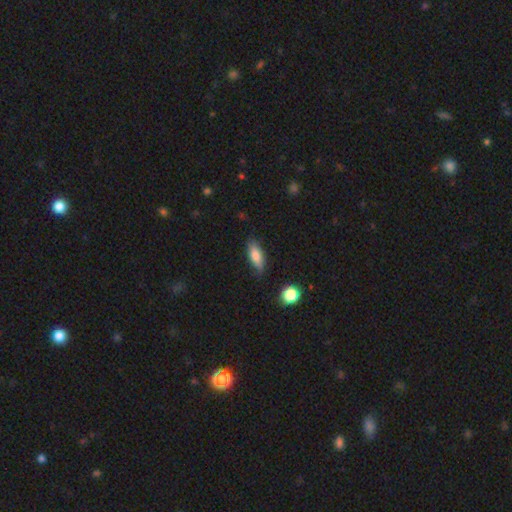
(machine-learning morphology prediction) Q: Smooth or featured?
A: smooth (80%); runner-up: featured or disk (13%)
Q: How rounded?
A: in between (71%); runner-up: cigar-shaped (26%)
Q: Merging?
A: none (76%); runner-up: minor disturbance (19%)